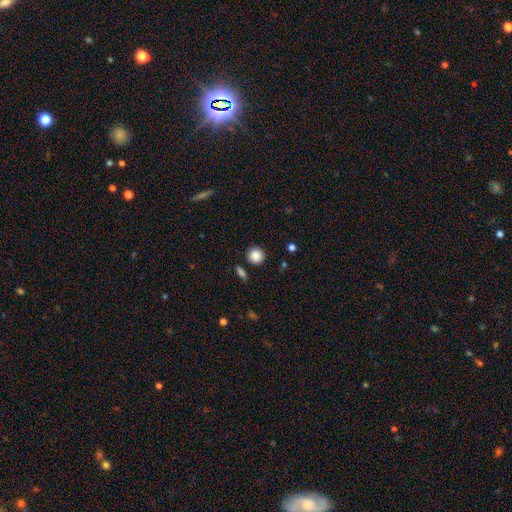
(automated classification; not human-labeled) This appears to be a smooth galaxy with no disk features (87%) that is round (90%). Merging: none (88%).